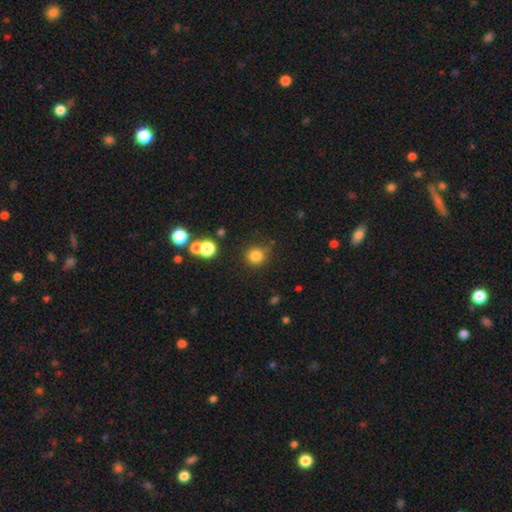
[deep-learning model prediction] smooth-or-featured: smooth: 81% | star or artifact: 14% | featured or disk: 5%
  how-rounded: round: 91% | in between: 8% | cigar-shaped: 1%
  merging: none: 79% | minor disturbance: 11% | merger: 5% | major disturbance: 4%